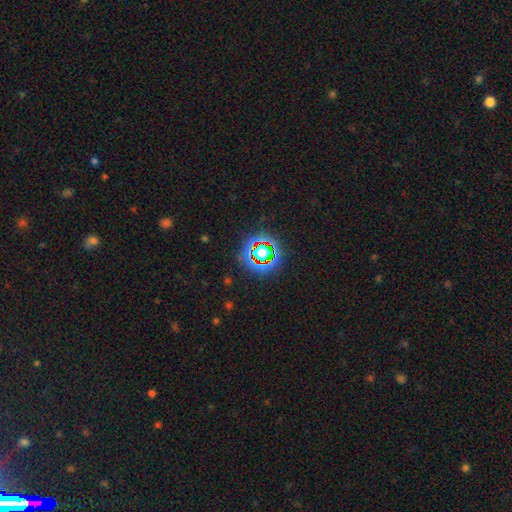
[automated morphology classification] type=star or artifact (75%).